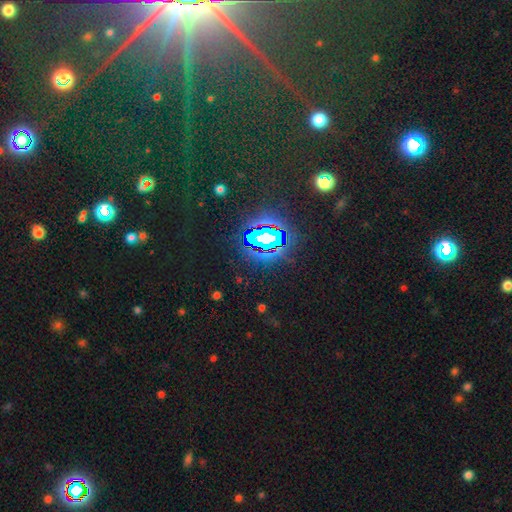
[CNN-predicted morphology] A star or artifact, not a galaxy (79%).